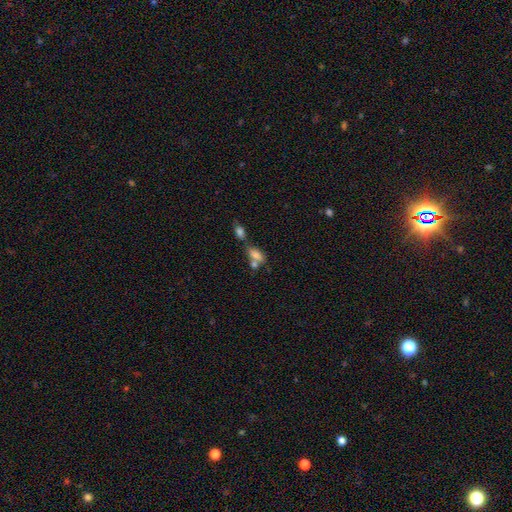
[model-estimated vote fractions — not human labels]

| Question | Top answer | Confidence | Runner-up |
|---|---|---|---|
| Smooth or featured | smooth | 74% | featured or disk (15%) |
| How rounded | in between | 85% | cigar-shaped (8%) |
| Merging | merger | 51% | none (30%) |